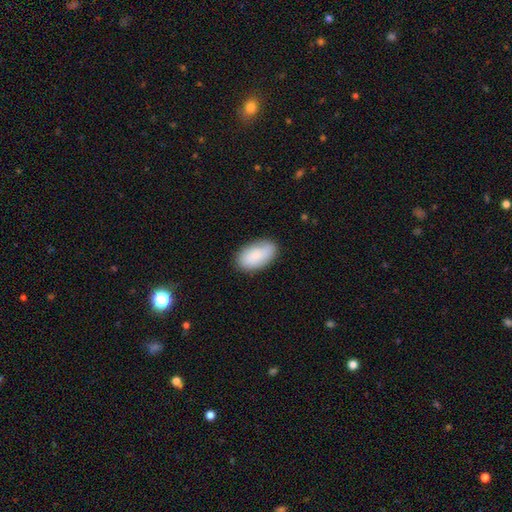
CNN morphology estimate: A smooth galaxy with no disk features (81%) that is in between round and cigar-shaped (94%).

Vote fractions:
- Smooth or featured? smooth: 81% / featured or disk: 13% / star or artifact: 6%
- How rounded? in between: 94% / round: 4% / cigar-shaped: 2%
- Merging? none: 82% / minor disturbance: 14% / major disturbance: 3% / merger: 1%